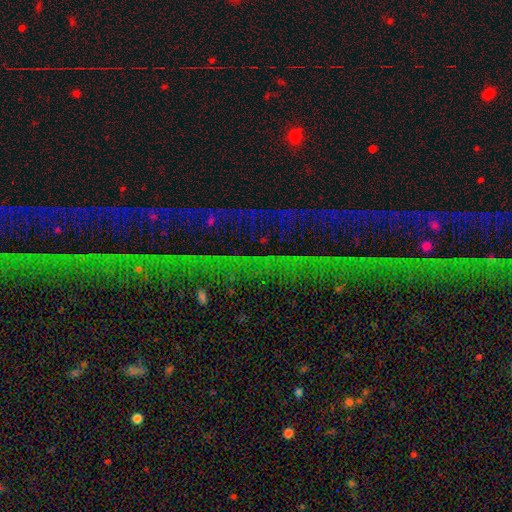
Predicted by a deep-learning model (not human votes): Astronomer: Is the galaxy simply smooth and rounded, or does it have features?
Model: star or artifact — 85%.